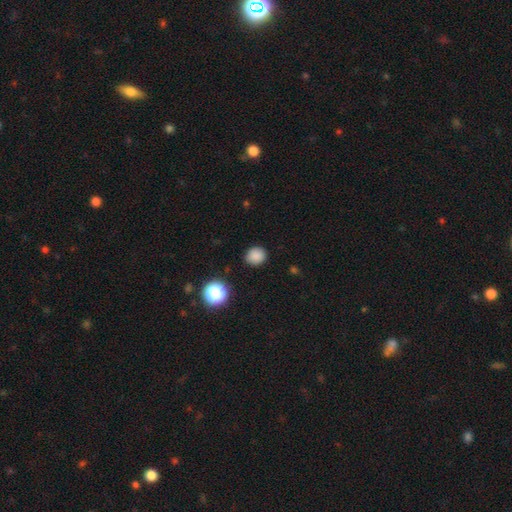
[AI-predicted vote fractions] smooth 84%, star or artifact 12%, featured or disk 4%. Down the decision tree: how rounded — round (81%); merging — none (88%).